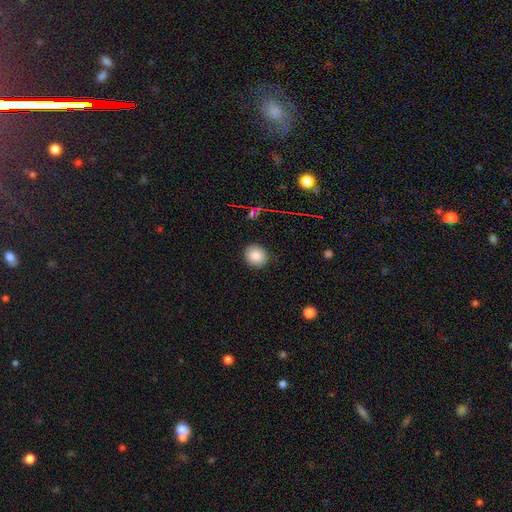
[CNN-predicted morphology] type=smooth (84%); roundness=round (74%); merging=none (87%).